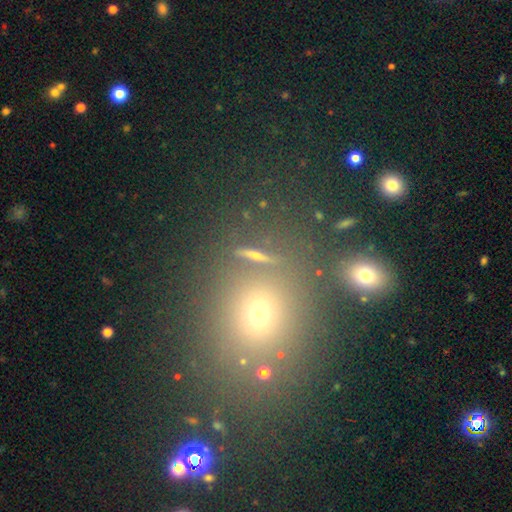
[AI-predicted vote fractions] Morphology: type=smooth (49%); merging=none (74%).